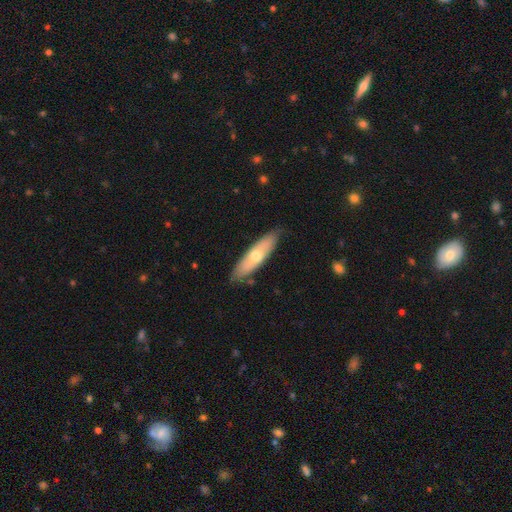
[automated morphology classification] type=smooth (54%); roundness=cigar-shaped (61%); merging=none (82%).